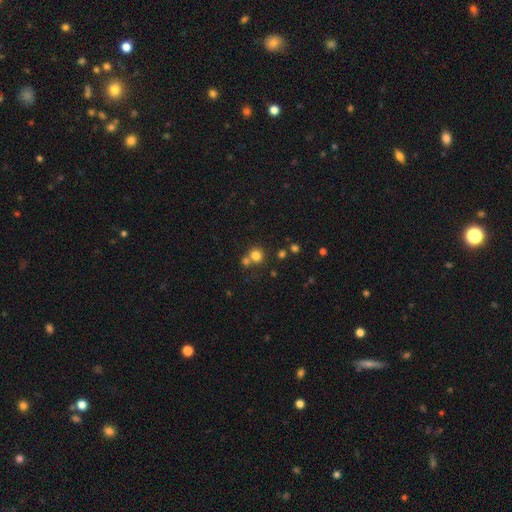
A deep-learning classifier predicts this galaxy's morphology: smooth-or-featured: smooth: 78% | star or artifact: 15% | featured or disk: 7%
  how-rounded: round: 90% | in between: 9% | cigar-shaped: 1%
  merging: none: 62% | merger: 27% | minor disturbance: 7% | major disturbance: 3%